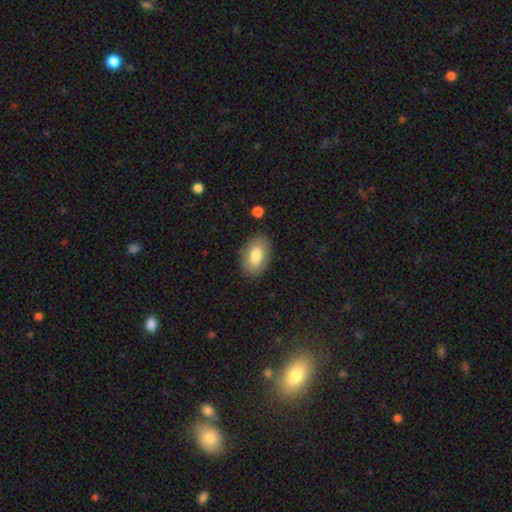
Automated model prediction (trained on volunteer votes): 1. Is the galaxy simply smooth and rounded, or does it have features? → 80% smooth, 14% featured or disk, 7% star or artifact.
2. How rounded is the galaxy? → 91% in between, 8% round, 1% cigar-shaped.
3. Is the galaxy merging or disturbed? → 83% none, 12% minor disturbance, 3% major disturbance, 2% merger.